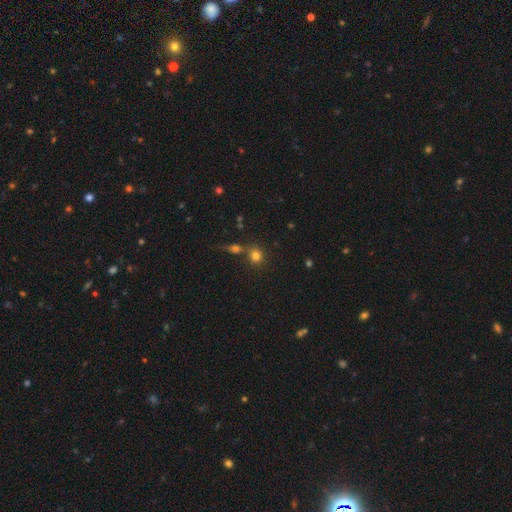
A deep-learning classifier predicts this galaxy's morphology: smooth_or_featured: smooth (p=0.78) [alt: star or artifact p=0.14]
how_rounded: round (p=0.83) [alt: in between p=0.15]
merging: none (p=0.60) [alt: merger p=0.28]